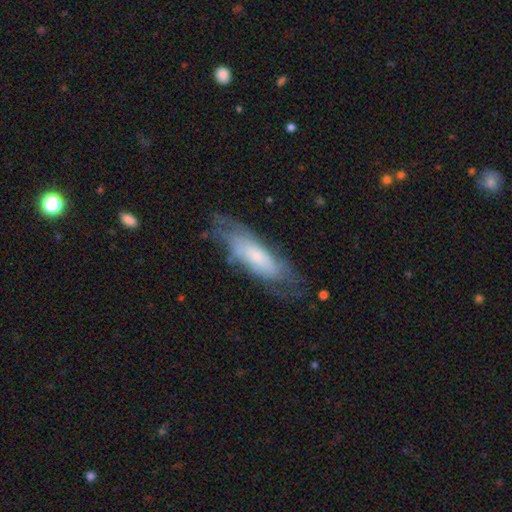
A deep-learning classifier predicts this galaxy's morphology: The model was most divided on "smooth or featured": featured or disk: 50%, smooth: 42%, star or artifact: 7%. More confident: edge-on disk — no (71%); merging — none (61%).